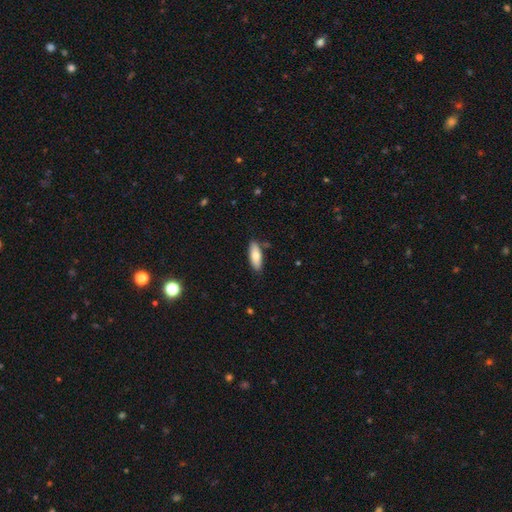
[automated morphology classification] Overall: smooth (77%). How rounded: in between (71%). Merging: none (83%).